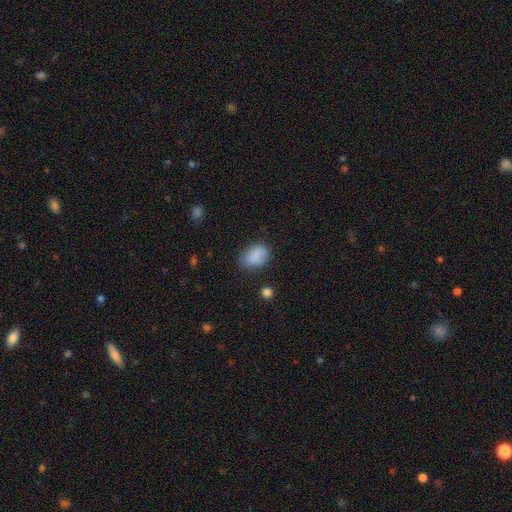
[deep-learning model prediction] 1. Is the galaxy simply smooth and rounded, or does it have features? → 85% smooth, 9% star or artifact, 6% featured or disk.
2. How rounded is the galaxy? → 72% in between, 27% round, 1% cigar-shaped.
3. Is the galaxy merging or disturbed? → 70% none, 22% minor disturbance, 6% major disturbance, 2% merger.